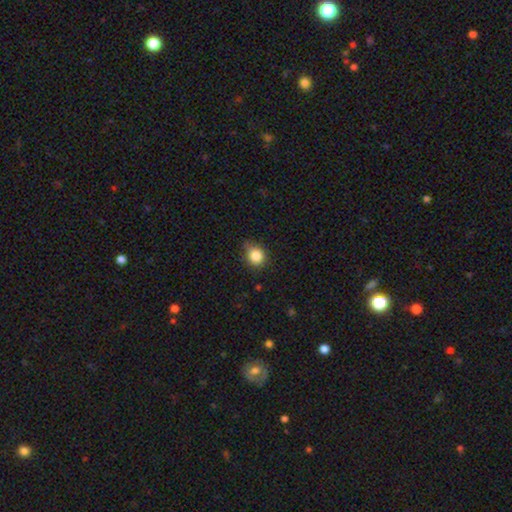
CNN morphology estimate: smooth_or_featured: smooth (p=0.84) [alt: star or artifact p=0.11]
how_rounded: round (p=0.78) [alt: in between p=0.21]
merging: none (p=0.69) [alt: minor disturbance p=0.25]